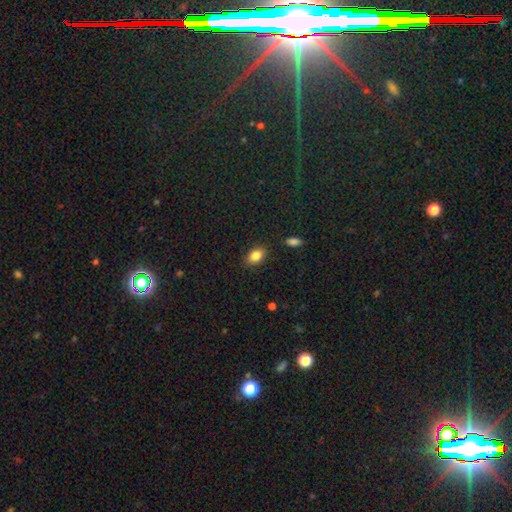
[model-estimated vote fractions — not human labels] This appears to be a smooth galaxy with no disk features (85%) that is in between round and cigar-shaped (82%). Merging: none (85%).